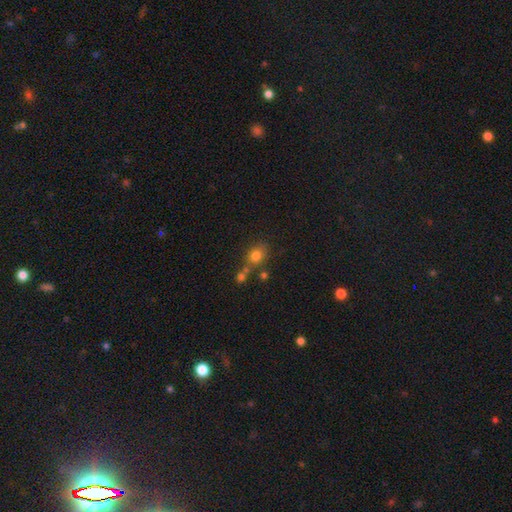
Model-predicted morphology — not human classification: This appears to be a smooth galaxy with no disk features (78%) that is round (57%). Merging: none (54%).